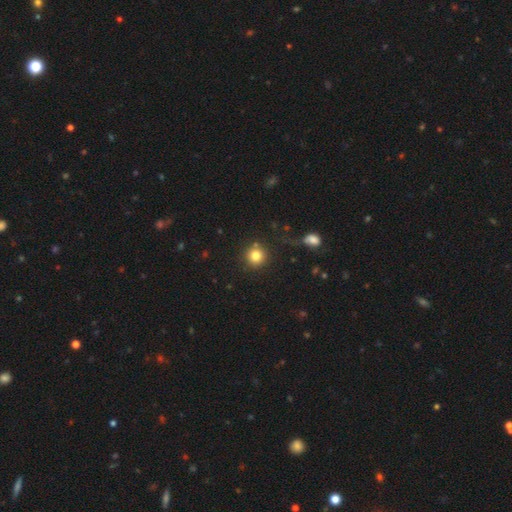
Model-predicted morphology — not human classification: type=smooth (82%); roundness=round (93%); merging=none (82%).